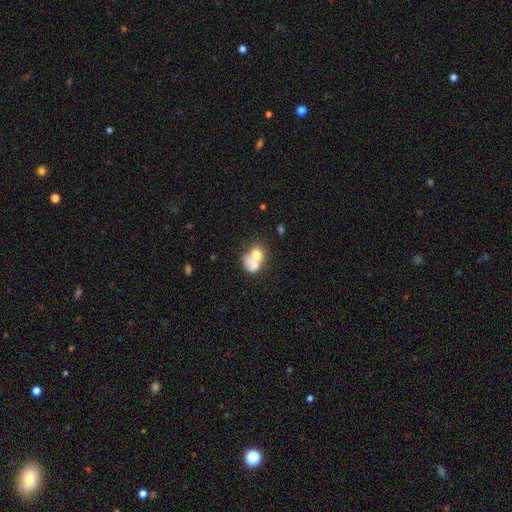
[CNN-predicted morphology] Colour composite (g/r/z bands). It shows a smooth galaxy with no disk features (61%) that is round (50%). Merging: merger (64%).